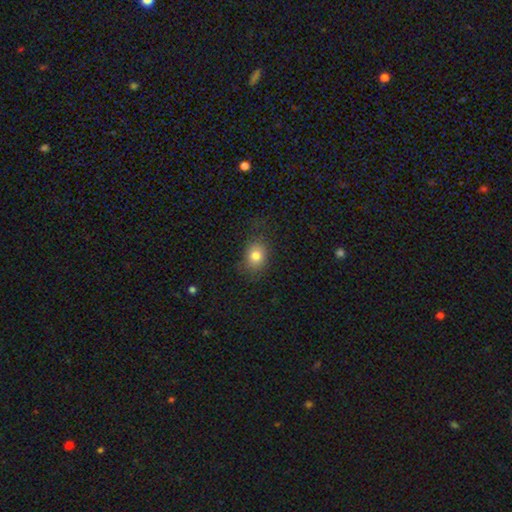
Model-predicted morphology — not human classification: Overall: smooth (80%). How rounded: in between (52%; round 46%). Merging: none (75%).